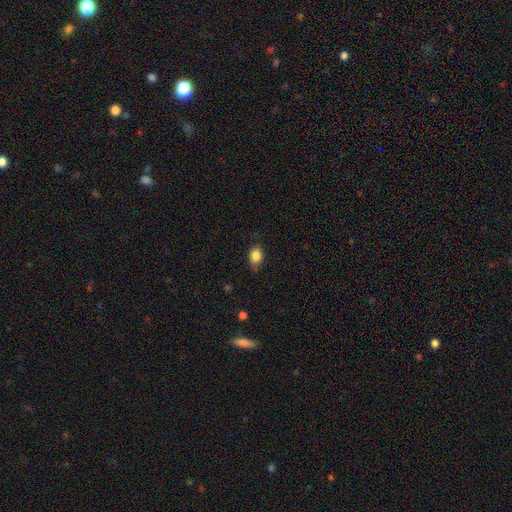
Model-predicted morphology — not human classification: smooth-or-featured: smooth: 86% | star or artifact: 9% | featured or disk: 5%
  how-rounded: in between: 66% | round: 33% | cigar-shaped: 1%
  merging: none: 77% | minor disturbance: 19% | major disturbance: 3% | merger: 1%